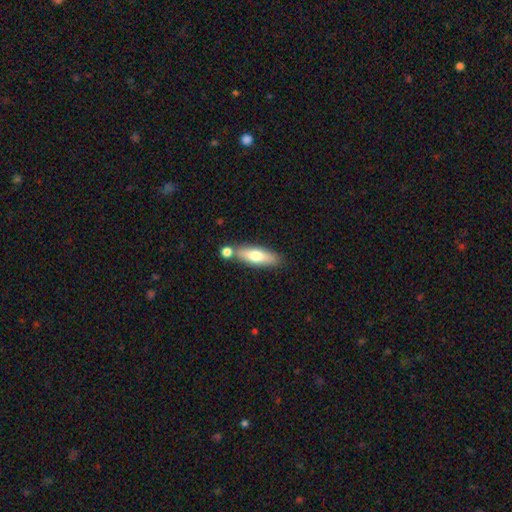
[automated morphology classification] Smooth or featured? Predicted: smooth (p=0.67). How rounded? Predicted: cigar-shaped (p=0.50). Merging? Predicted: none (p=0.66).